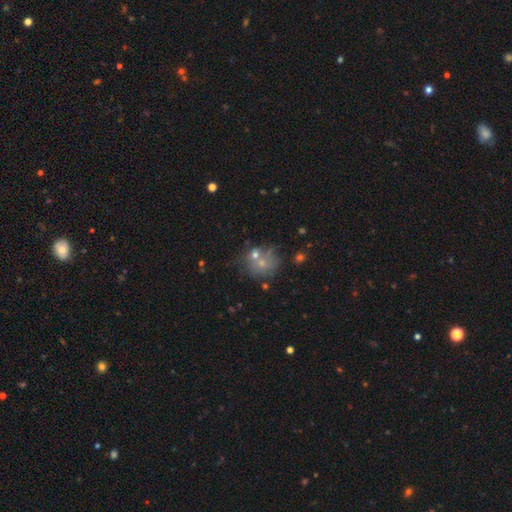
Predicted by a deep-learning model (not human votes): Smooth or featured?
  - smooth: 52% *
  - featured or disk: 24%
  - star or artifact: 24%
How rounded?
  - round: 79% *
  - in between: 20%
  - cigar-shaped: 1%
Merging?
  - none: 52% *
  - merger: 27%
  - minor disturbance: 13%
  - major disturbance: 7%